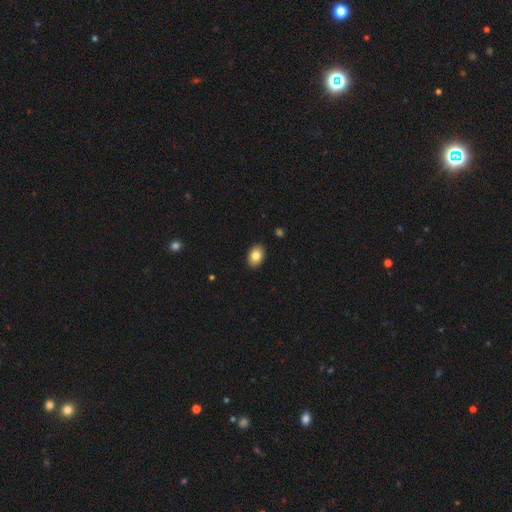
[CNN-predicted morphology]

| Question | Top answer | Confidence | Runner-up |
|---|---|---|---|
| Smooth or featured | smooth | 83% | featured or disk (10%) |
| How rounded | in between | 84% | round (15%) |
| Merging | none | 90% | minor disturbance (7%) |